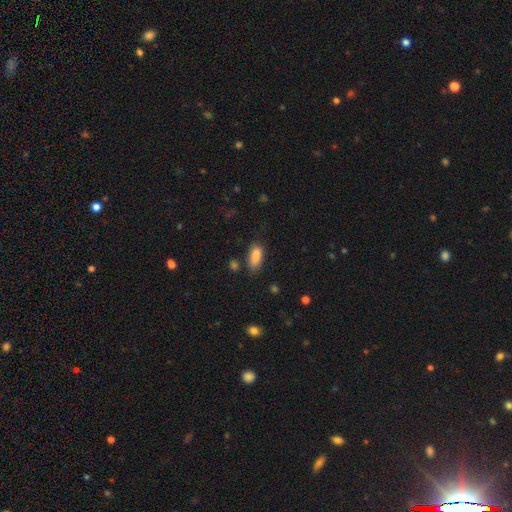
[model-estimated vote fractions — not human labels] Smooth or featured? smooth (86%)
How rounded? in between (82%)
Merging? none (65%)